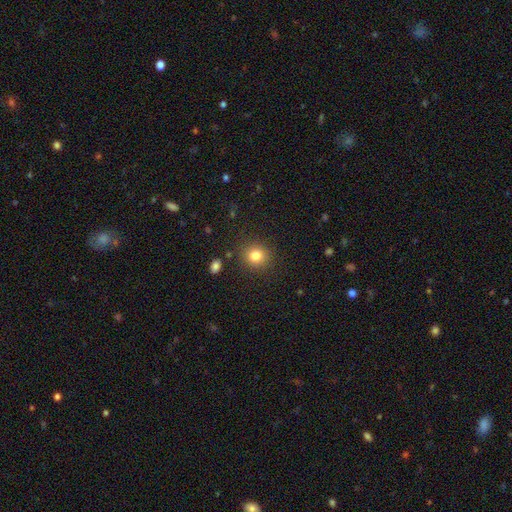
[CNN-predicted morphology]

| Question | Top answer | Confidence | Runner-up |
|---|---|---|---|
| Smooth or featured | smooth | 82% | star or artifact (11%) |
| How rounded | round | 87% | in between (12%) |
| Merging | none | 87% | minor disturbance (8%) |